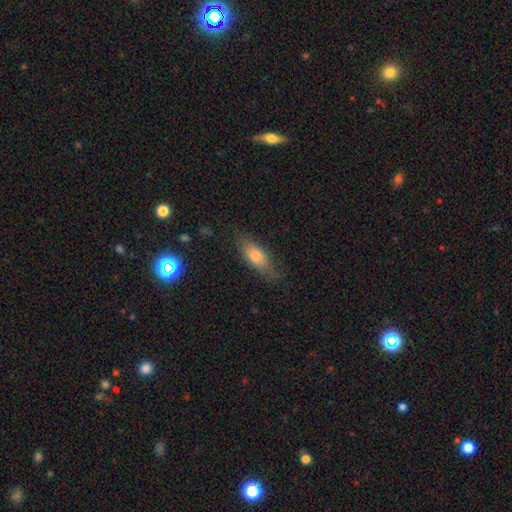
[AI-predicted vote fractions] A smooth galaxy with no disk features (68%) that is in between round and cigar-shaped (64%).

Vote fractions:
- Smooth or featured? smooth: 68% / featured or disk: 24% / star or artifact: 8%
- How rounded? in between: 64% / cigar-shaped: 32% / round: 4%
- Merging? none: 75% / minor disturbance: 18% / major disturbance: 5% / merger: 1%